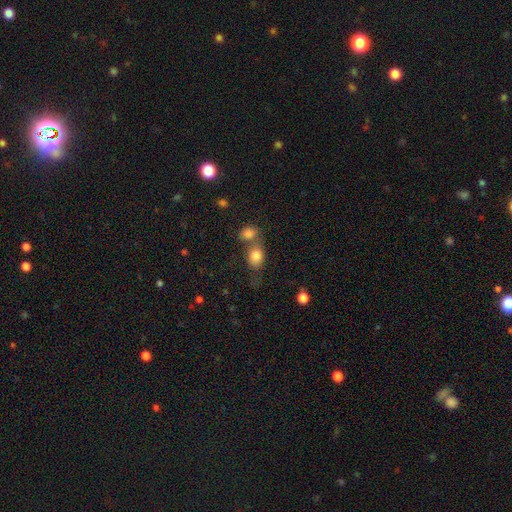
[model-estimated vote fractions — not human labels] Overall: smooth (81%). How rounded: in between (64%; round 34%). Merging: merger (42%; none 40%).